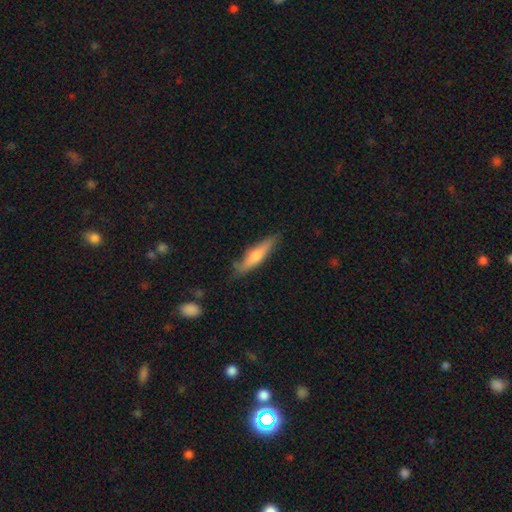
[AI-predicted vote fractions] This is possibly a smooth galaxy (53%). How rounded: clearly cigar-shaped (83%). Merging: clearly none (82%).